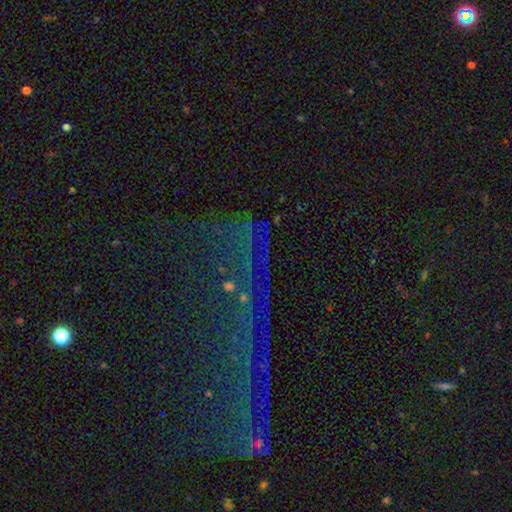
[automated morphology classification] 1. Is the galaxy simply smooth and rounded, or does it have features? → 79% star or artifact, 11% featured or disk, 10% smooth.